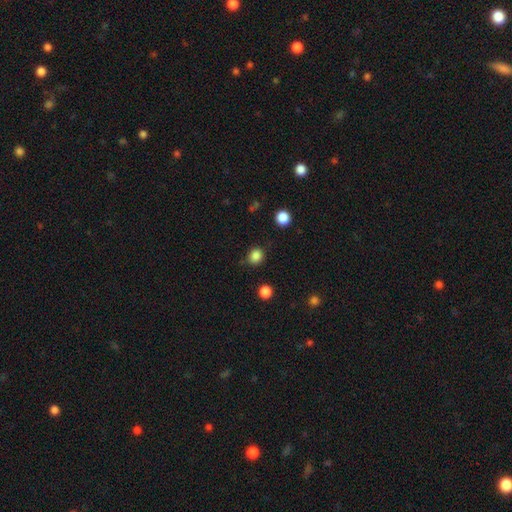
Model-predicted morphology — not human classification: This is clearly a smooth galaxy (85%). How rounded: likely round (79%). Merging: clearly none (84%).